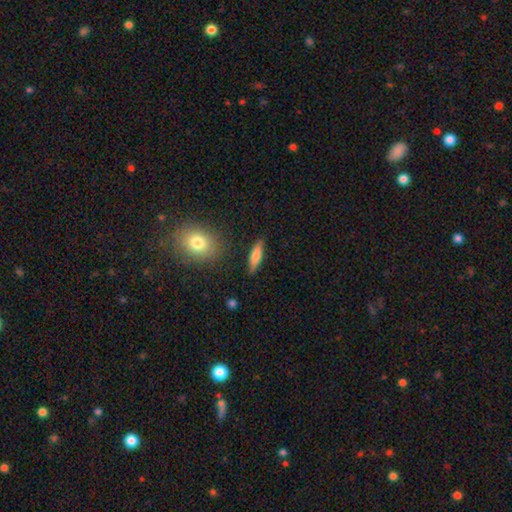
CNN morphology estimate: This is likely a smooth galaxy (71%). How rounded: likely cigar-shaped (63%). Merging: clearly none (85%).